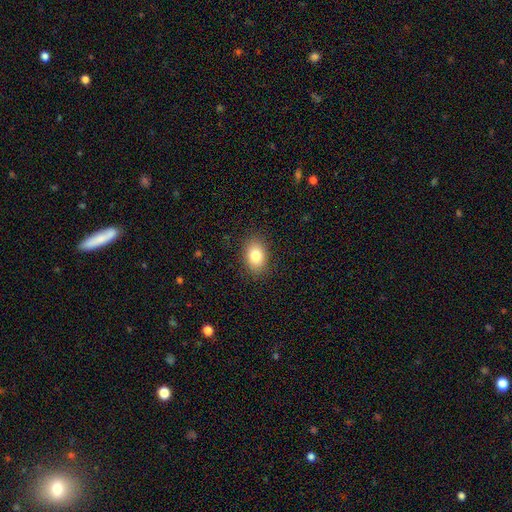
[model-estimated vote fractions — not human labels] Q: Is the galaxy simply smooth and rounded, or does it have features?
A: smooth — 83%.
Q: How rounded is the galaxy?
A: in between — 82%.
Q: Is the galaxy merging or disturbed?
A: none — 87%.